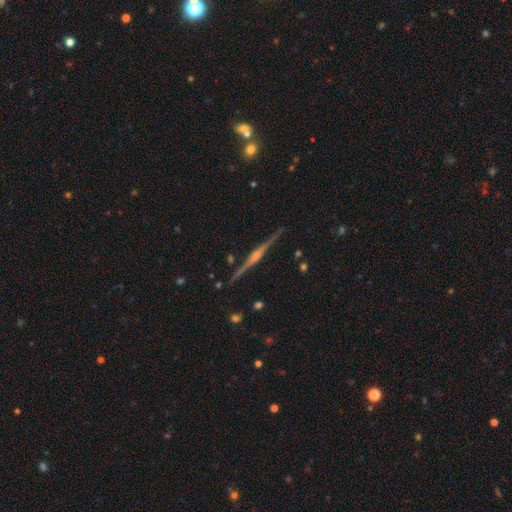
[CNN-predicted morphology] A featured or disk galaxy (87%) viewed edge-on (99%) with a rounded central bulge (83%).

Vote fractions:
- Smooth or featured? featured or disk: 87% / smooth: 7% / star or artifact: 6%
- Edge-on disk? yes: 99% / no: 1%
- Edge-on bulge? rounded: 83% / boxy: 10% / none: 8%
- Merging? none: 91% / minor disturbance: 6% / major disturbance: 1% / merger: 1%